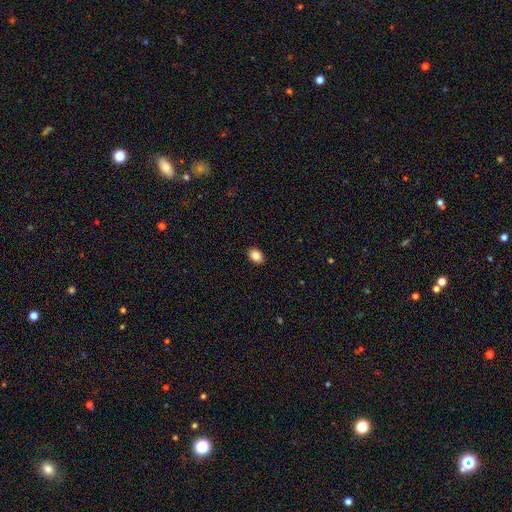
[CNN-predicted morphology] type=smooth (84%); roundness=in between (77%); merging=none (90%).